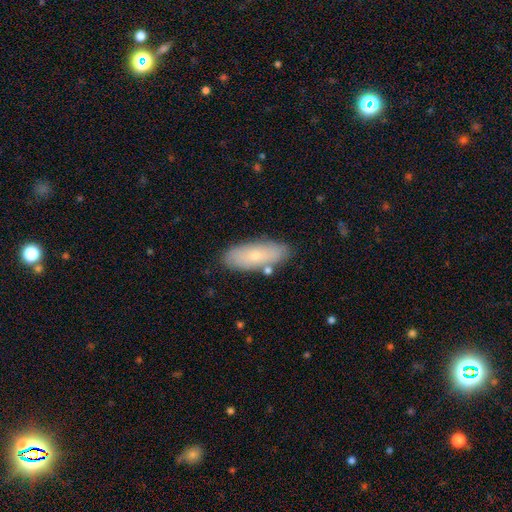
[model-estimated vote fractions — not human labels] A smooth galaxy with no disk features (69%) that is in between round and cigar-shaped (72%). Merging: none (82%).